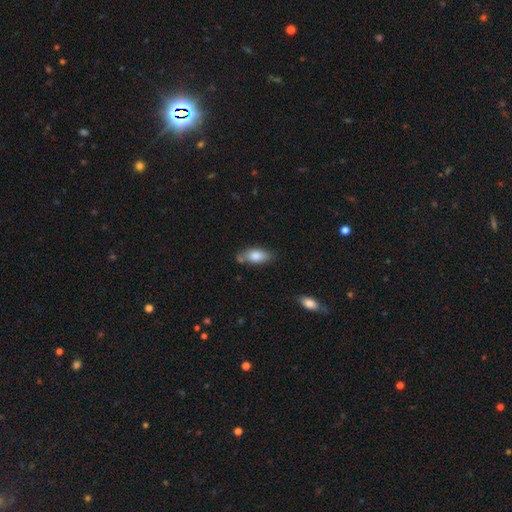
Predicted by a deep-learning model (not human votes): smooth 81%, featured or disk 12%, star or artifact 7%. Down the decision tree: how rounded — in between (87%); merging — none (64%).